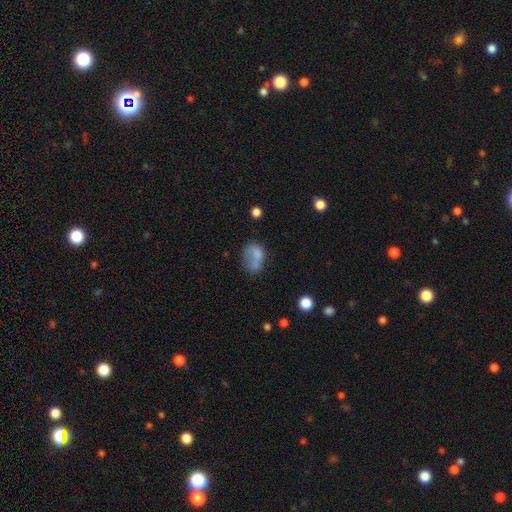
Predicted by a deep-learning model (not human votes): This appears to be a smooth galaxy with no disk features (66%) that is in between round and cigar-shaped (75%). Merging: merger (31%).